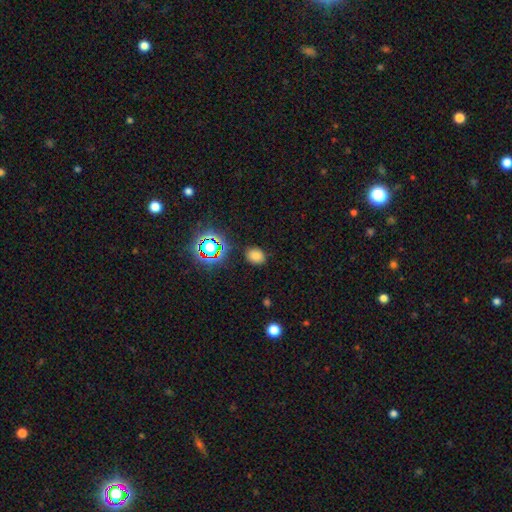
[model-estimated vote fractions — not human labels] Smooth or featured?
  - smooth: 73% *
  - star or artifact: 21%
  - featured or disk: 6%
How rounded?
  - in between: 57% *
  - round: 42%
  - cigar-shaped: 1%
Merging?
  - none: 83% *
  - minor disturbance: 12%
  - major disturbance: 3%
  - merger: 2%